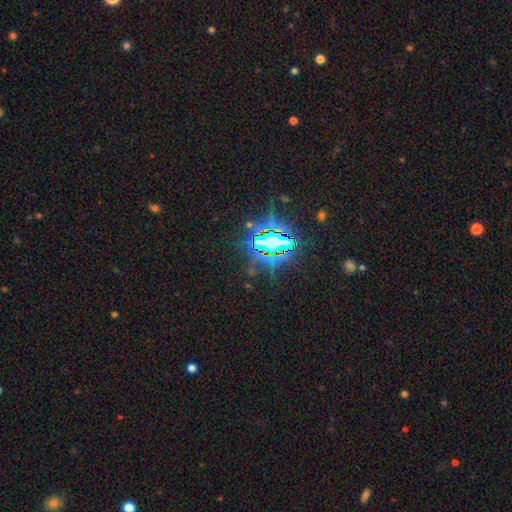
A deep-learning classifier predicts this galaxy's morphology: type=star or artifact (85%).